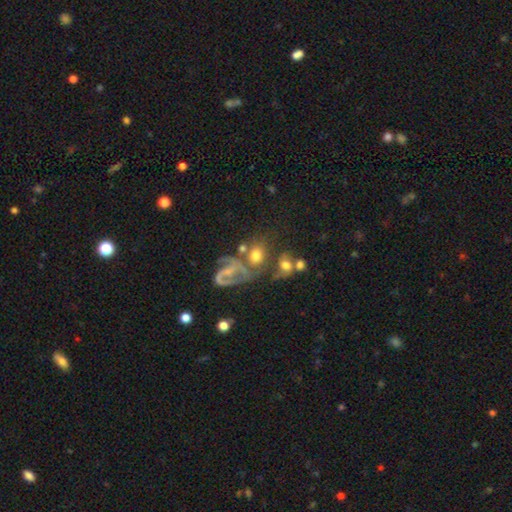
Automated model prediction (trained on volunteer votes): smooth 48%, featured or disk 40%, star or artifact 13%. Down the decision tree: merging — none (40%).